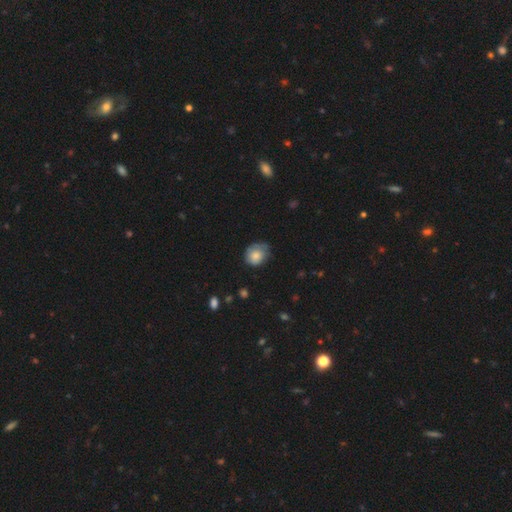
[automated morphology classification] Smooth or featured?
  - smooth: 75% *
  - featured or disk: 18%
  - star or artifact: 7%
How rounded?
  - round: 60% *
  - in between: 40%
  - cigar-shaped: 1%
Merging?
  - none: 50% *
  - minor disturbance: 35%
  - major disturbance: 13%
  - merger: 2%